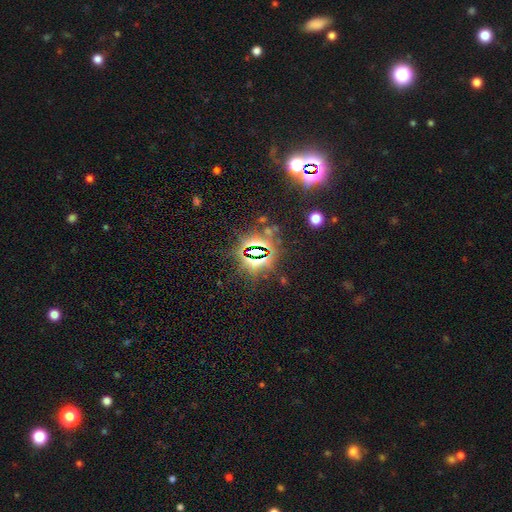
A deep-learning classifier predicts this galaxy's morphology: A star or artifact, not a galaxy (81%).